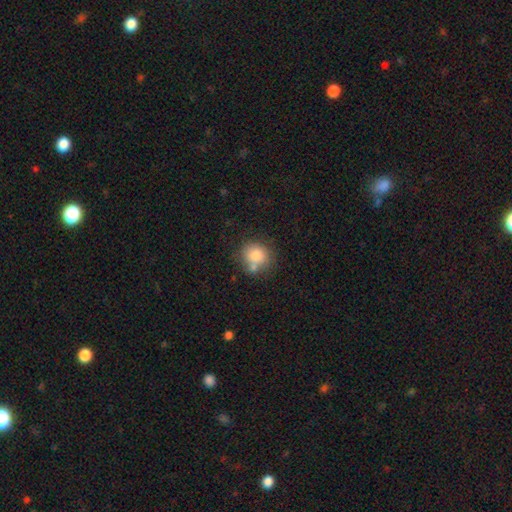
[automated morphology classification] This appears to be a smooth galaxy with no disk features (81%) that is round (80%). Merging: none (61%).